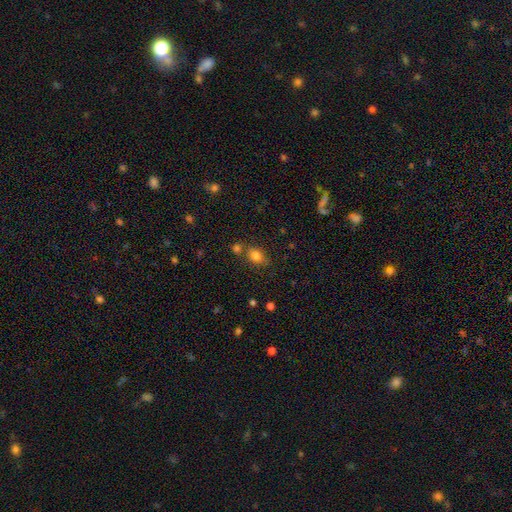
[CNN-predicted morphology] This appears to be a smooth galaxy with no disk features (81%) that is in between round and cigar-shaped (66%). Merging: none (65%).